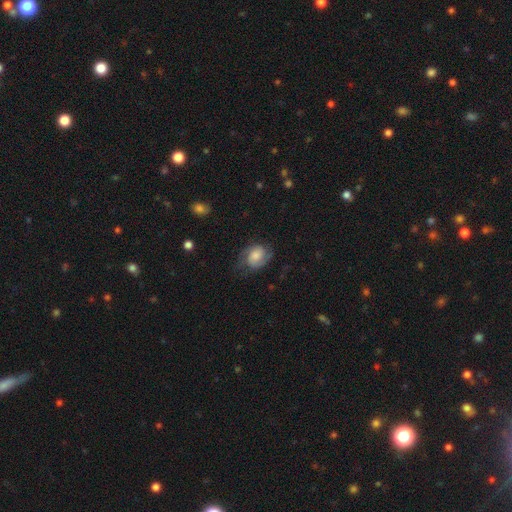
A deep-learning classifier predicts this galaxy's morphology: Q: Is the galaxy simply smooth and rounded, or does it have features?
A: featured or disk — 54%.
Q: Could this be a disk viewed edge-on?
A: no — 97%.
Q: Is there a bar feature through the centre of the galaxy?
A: no — 68%.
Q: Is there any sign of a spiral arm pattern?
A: yes — 89%.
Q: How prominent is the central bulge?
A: moderate — 35%.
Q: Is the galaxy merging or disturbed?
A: none — 61%.